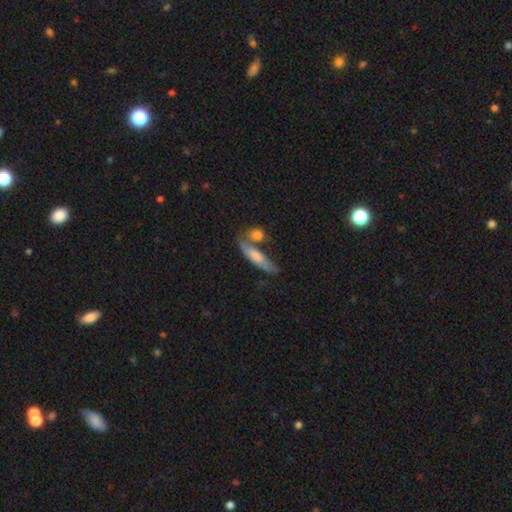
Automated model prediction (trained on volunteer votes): Morphology: type=smooth (55%); roundness=cigar-shaped (58%); merging=none (45%).